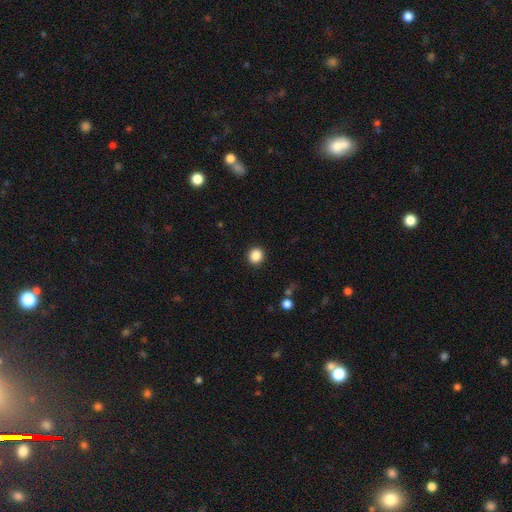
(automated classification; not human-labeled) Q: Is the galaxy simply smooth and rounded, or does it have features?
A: smooth — 87%.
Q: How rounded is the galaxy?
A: round — 89%.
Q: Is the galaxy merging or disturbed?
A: none — 92%.